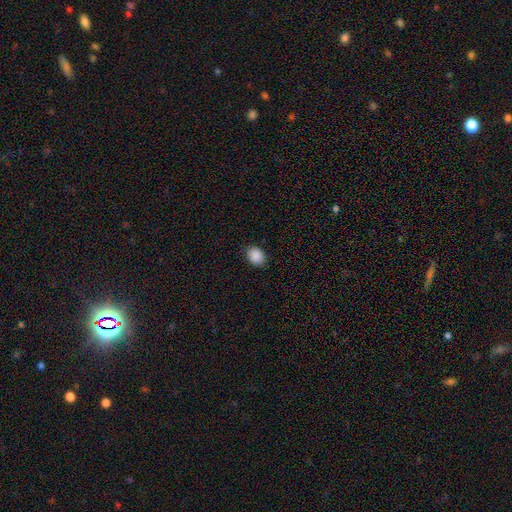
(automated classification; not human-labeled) This appears to be a smooth galaxy with no disk features (90%) that is in between round and cigar-shaped (62%). Merging: none (88%).